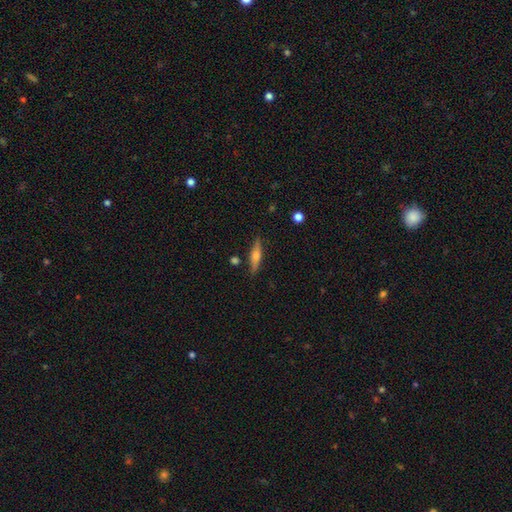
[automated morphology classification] A smooth galaxy with no disk features (50%) that is cigar-shaped (74%). Merging: none (84%).